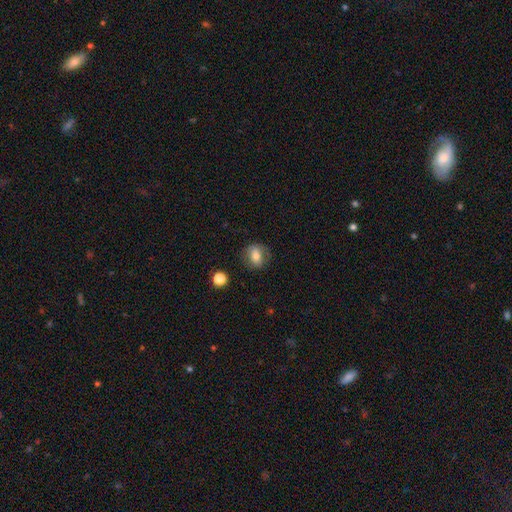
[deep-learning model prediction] smooth-or-featured: smooth: 70% | featured or disk: 20% | star or artifact: 9%
  how-rounded: round: 52% | in between: 46% | cigar-shaped: 2%
  merging: none: 75% | minor disturbance: 17% | major disturbance: 7% | merger: 2%